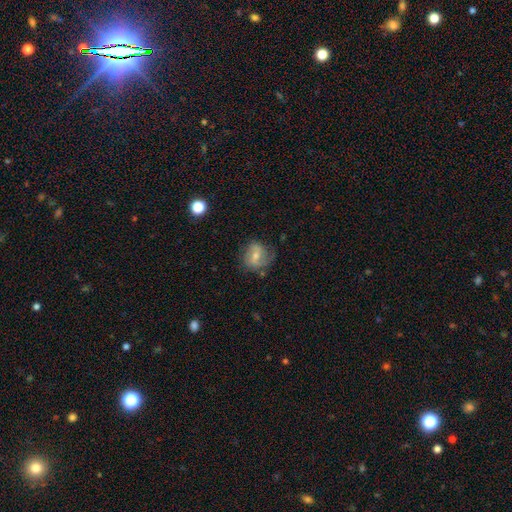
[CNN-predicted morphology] smooth_or_featured: featured or disk (p=0.54) [alt: smooth p=0.38]
disk_edge_on: no (p=0.97) [alt: yes p=0.03]
bar: weak (p=0.48) [alt: no p=0.31]
has_spiral_arms: yes (p=0.79) [alt: no p=0.21]
bulge_size: moderate (p=0.57) [alt: small p=0.36]
merging: none (p=0.63) [alt: minor disturbance p=0.25]